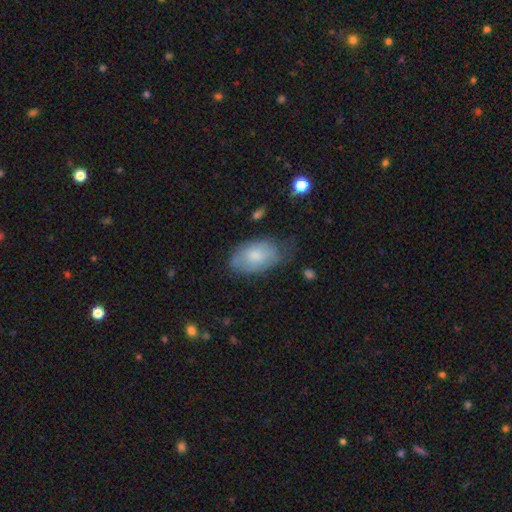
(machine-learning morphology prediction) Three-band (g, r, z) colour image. It shows a smooth galaxy with no disk features (72%) that is in between round and cigar-shaped (92%). Merging: none (52%).